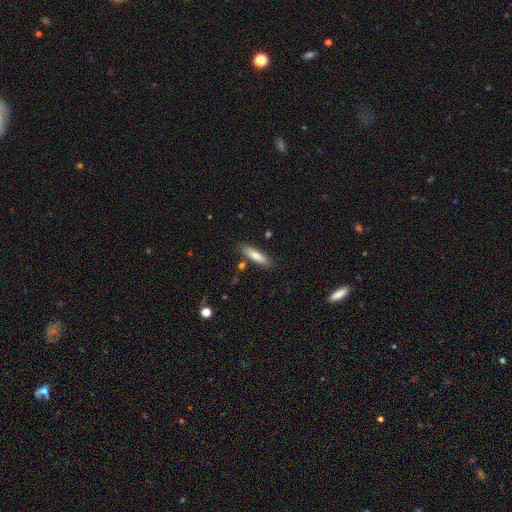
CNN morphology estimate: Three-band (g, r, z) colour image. It shows a smooth galaxy with no disk features (76%) that is cigar-shaped (71%). Merging: none (84%).